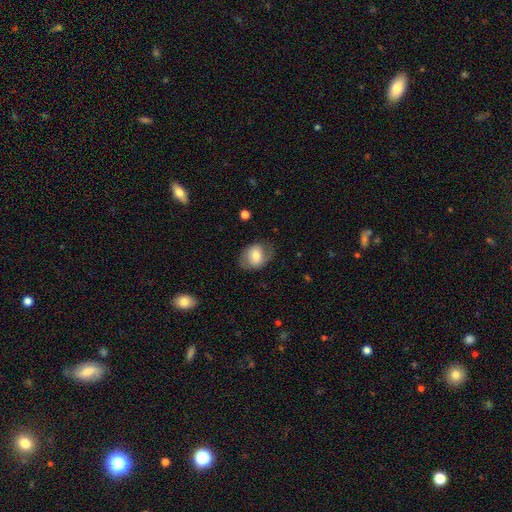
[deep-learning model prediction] Overall: smooth (60%; featured or disk 32%). How rounded: in between (64%; round 35%). Merging: none (64%).